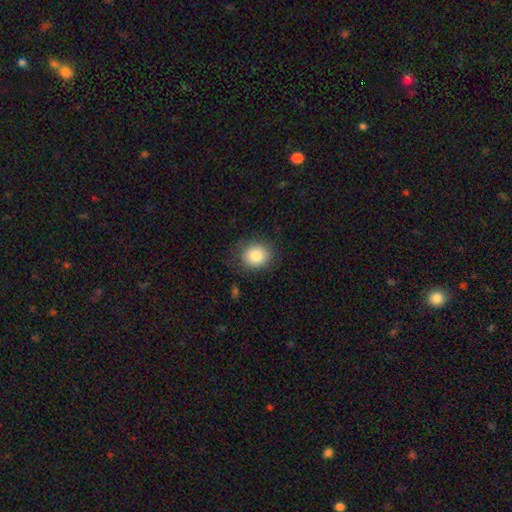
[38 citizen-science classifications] Morphology: type=smooth (92%); roundness=round (80%); merging=none (84%).